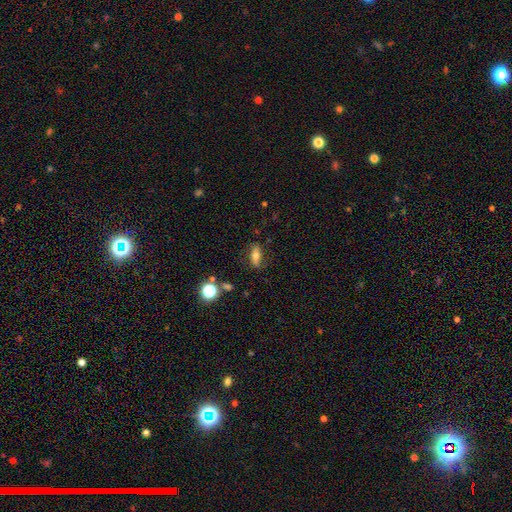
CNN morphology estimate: Smooth or featured?
  - smooth: 59% *
  - featured or disk: 29%
  - star or artifact: 12%
How rounded?
  - in between: 64% *
  - cigar-shaped: 30%
  - round: 7%
Merging?
  - none: 75% *
  - minor disturbance: 17%
  - major disturbance: 6%
  - merger: 2%